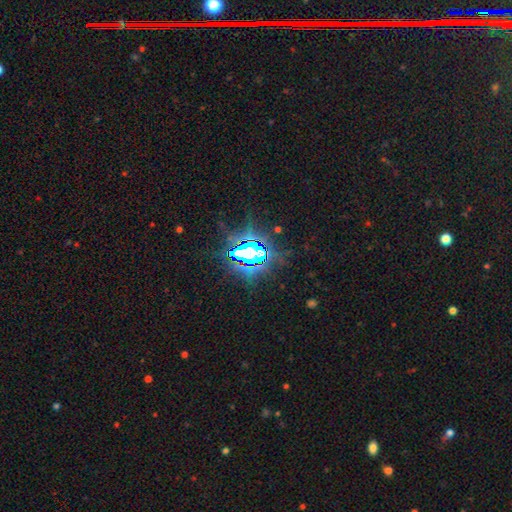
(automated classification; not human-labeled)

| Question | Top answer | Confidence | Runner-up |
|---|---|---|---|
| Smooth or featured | star or artifact | 82% | smooth (10%) |